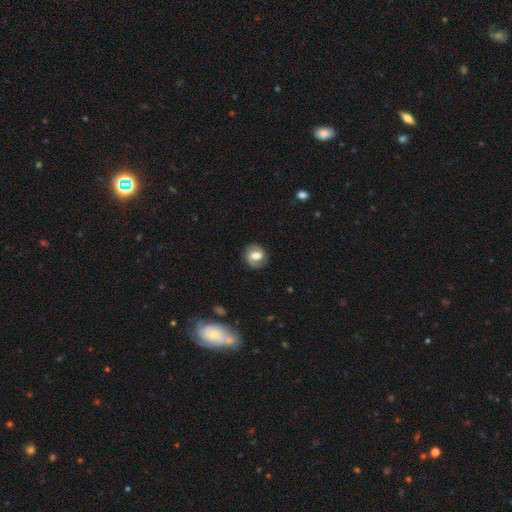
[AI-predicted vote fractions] featured or disk 54%, smooth 38%, star or artifact 8%. Down the decision tree: edge-on disk — no (96%); bar — weak (47%); spiral arms — yes (80%); bulge size — moderate (51%); merging — none (81%).